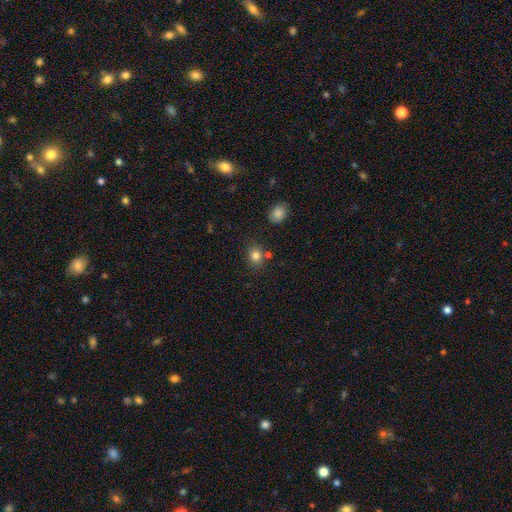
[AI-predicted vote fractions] smooth 81%, star or artifact 12%, featured or disk 7%. Down the decision tree: how rounded — round (69%); merging — none (74%).